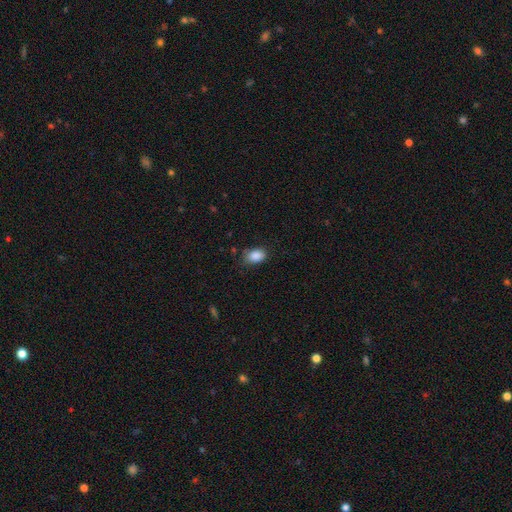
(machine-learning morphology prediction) smooth 88%, star or artifact 8%, featured or disk 4%. Down the decision tree: how rounded — in between (83%); merging — none (75%).